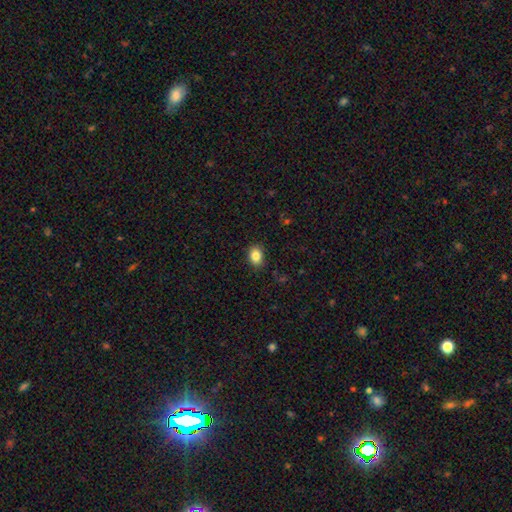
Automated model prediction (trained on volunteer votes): Smooth or featured? smooth (85%)
How rounded? in between (69%)
Merging? none (88%)